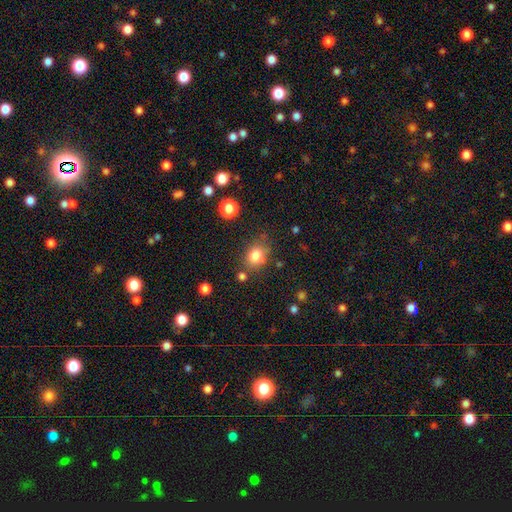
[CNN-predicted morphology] This appears to be a smooth galaxy with no disk features (80%) that is round (51%). Merging: none (66%).